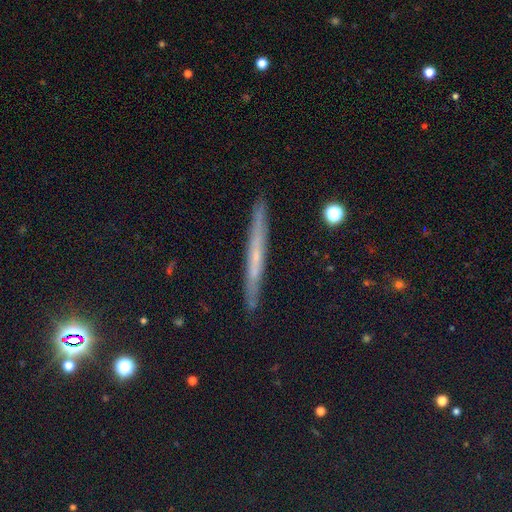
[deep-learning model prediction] Morphology: type=featured or disk (46%); merging=none (90%).